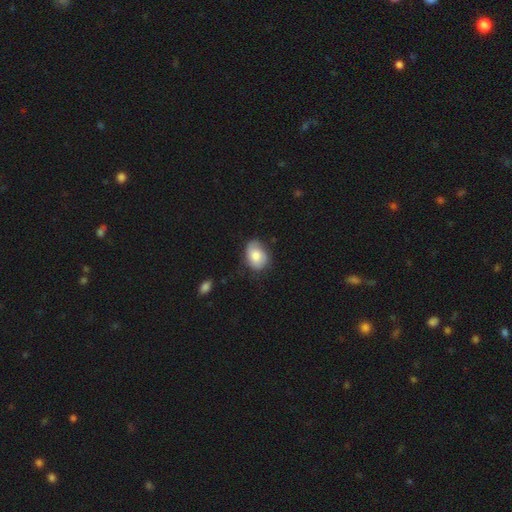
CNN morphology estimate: smooth 78%, featured or disk 15%, star or artifact 7%. Down the decision tree: how rounded — in between (76%); merging — none (63%).